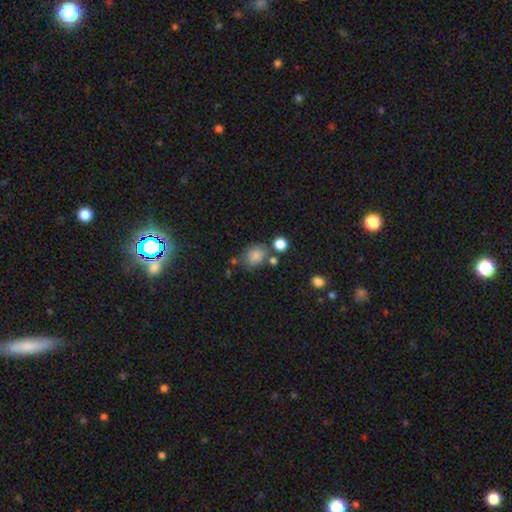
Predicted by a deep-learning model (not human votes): A smooth galaxy with no disk features (82%) that is in between round and cigar-shaped (51%).

Vote fractions:
- Smooth or featured? smooth: 82% / star or artifact: 11% / featured or disk: 7%
- How rounded? in between: 51% / round: 48% / cigar-shaped: 1%
- Merging? none: 60% / minor disturbance: 19% / merger: 14% / major disturbance: 7%